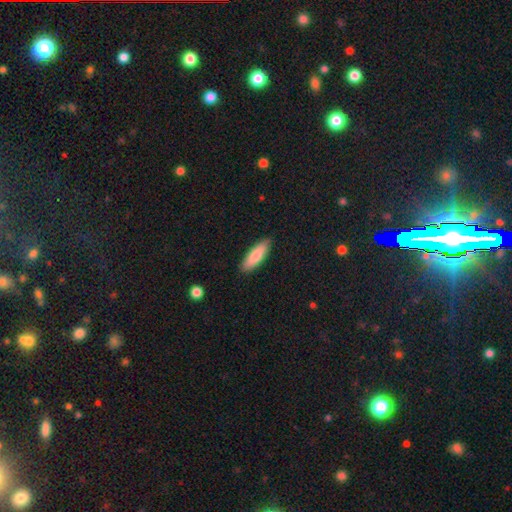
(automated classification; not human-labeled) A smooth galaxy with no disk features (81%) that is in between round and cigar-shaped (53%). Merging: none (87%).